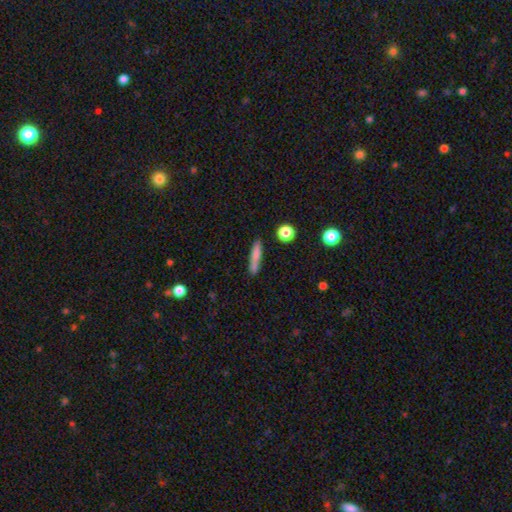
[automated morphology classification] Smooth or featured? smooth (74%)
How rounded? cigar-shaped (88%)
Merging? none (77%)